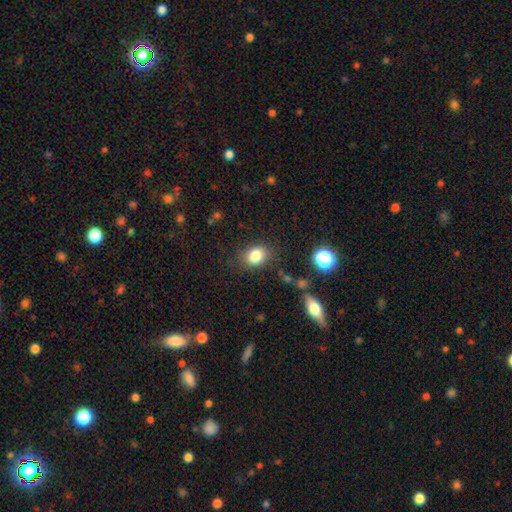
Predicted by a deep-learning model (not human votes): A smooth galaxy with no disk features (82%) that is in between round and cigar-shaped (56%).

Vote fractions:
- Smooth or featured? smooth: 82% / star or artifact: 11% / featured or disk: 7%
- How rounded? in between: 56% / round: 43% / cigar-shaped: 1%
- Merging? none: 82% / minor disturbance: 12% / major disturbance: 4% / merger: 2%